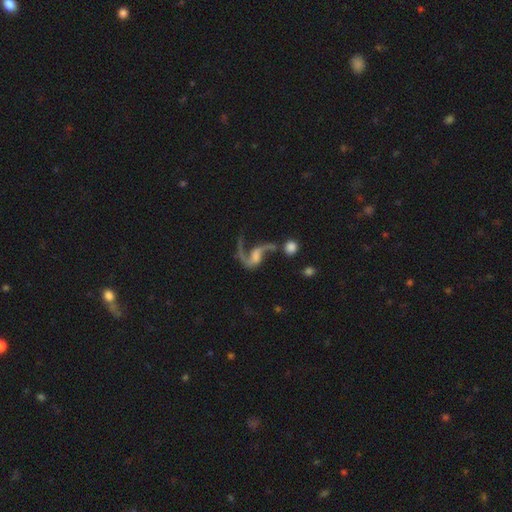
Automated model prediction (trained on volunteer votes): smooth_or_featured: featured or disk (p=0.81) [alt: smooth p=0.10]
disk_edge_on: no (p=0.97) [alt: yes p=0.03]
bar: no (p=0.43) [alt: weak p=0.40]
has_spiral_arms: yes (p=0.92) [alt: no p=0.08]
spiral_winding: loose (p=0.79) [alt: medium p=0.17]
spiral_arm_count: 2 (p=0.80) [alt: 1 p=0.13]
bulge_size: none (p=0.32) [alt: moderate p=0.30]
merging: none (p=0.37) [alt: major disturbance p=0.27]